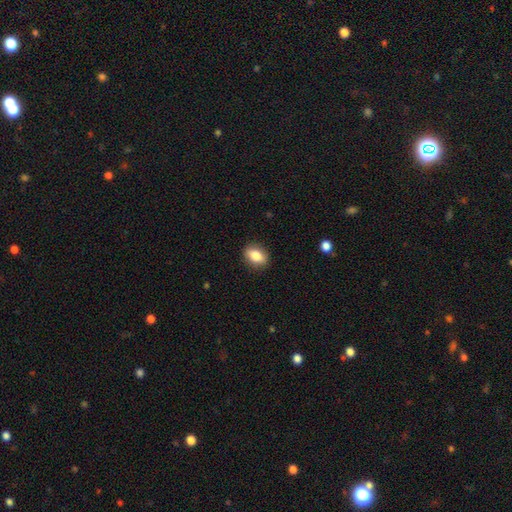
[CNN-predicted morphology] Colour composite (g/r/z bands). It shows a smooth galaxy with no disk features (82%) that is in between round and cigar-shaped (75%). Merging: none (88%).